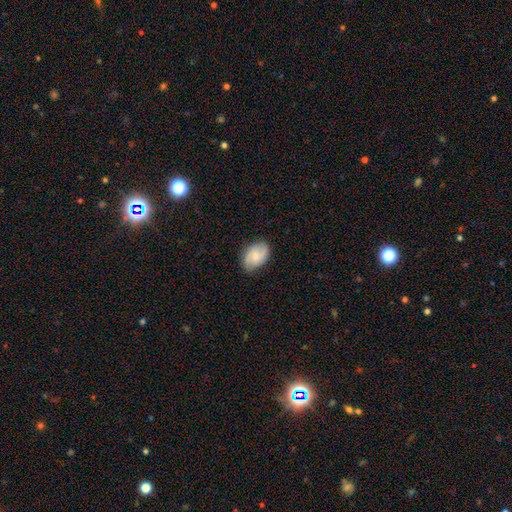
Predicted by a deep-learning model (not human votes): Smooth or featured: smooth — 54% (featured or disk — 39%)
How rounded: in between — 84% (round — 14%)
Merging: none — 80% (minor disturbance — 16%)